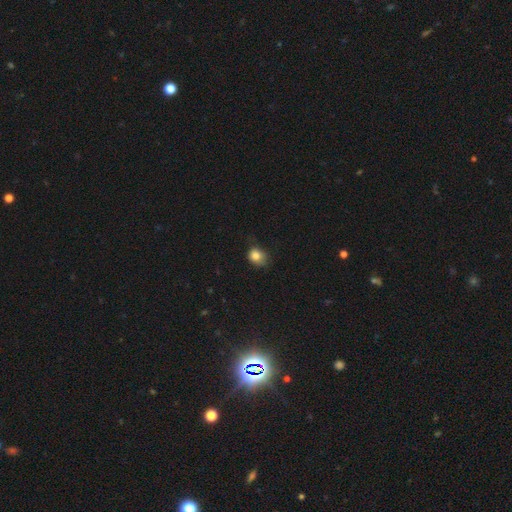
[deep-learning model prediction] A smooth galaxy with no disk features (82%) that is round (55%).

Vote fractions:
- Smooth or featured? smooth: 82% / star or artifact: 11% / featured or disk: 7%
- How rounded? round: 55% / in between: 44% / cigar-shaped: 1%
- Merging? none: 57% / minor disturbance: 33% / major disturbance: 8% / merger: 2%